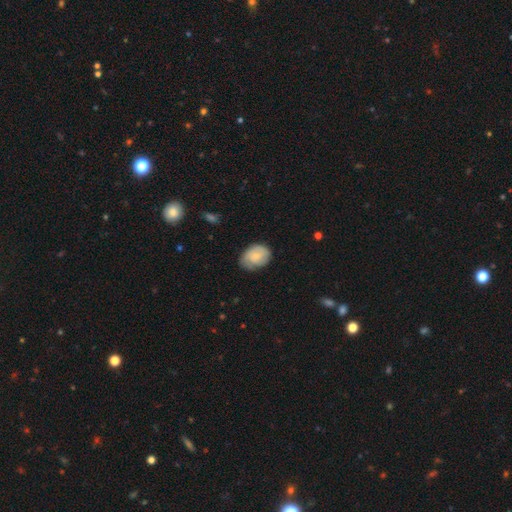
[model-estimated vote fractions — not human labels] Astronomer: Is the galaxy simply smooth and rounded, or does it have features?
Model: smooth — 61%.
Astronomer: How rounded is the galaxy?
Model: in between — 66%.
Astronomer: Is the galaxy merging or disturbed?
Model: none — 61%.